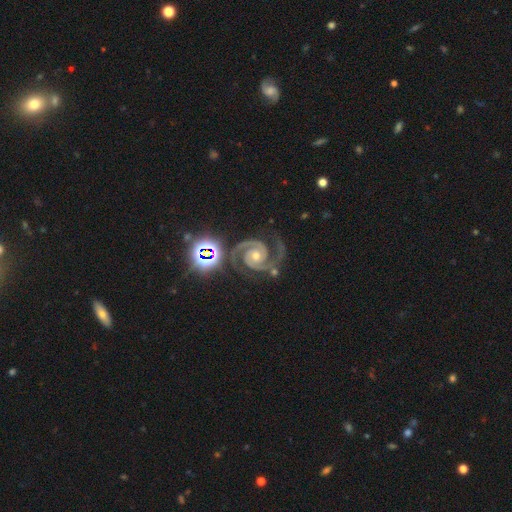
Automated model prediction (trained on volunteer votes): Smooth or featured?
  - featured or disk: 91% *
  - star or artifact: 7%
  - smooth: 2%
Edge-on disk?
  - no: 98% *
  - yes: 2%
Bar?
  - no: 73% *
  - weak: 18%
  - strong: 8%
Spiral arms?
  - yes: 99% *
  - no: 1%
Spiral winding?
  - tight: 55% *
  - medium: 40%
  - loose: 5%
Spiral arm count?
  - 2: 92% *
  - 3: 3%
  - can't tell: 1%
  - 1: 1%
  - 4: 1%
  - more than 4: 1%
Bulge size?
  - moderate: 56% *
  - small: 40%
  - large: 2%
  - none: 1%
  - dominant: 1%
Merging?
  - none: 74% *
  - minor disturbance: 16%
  - major disturbance: 6%
  - merger: 4%